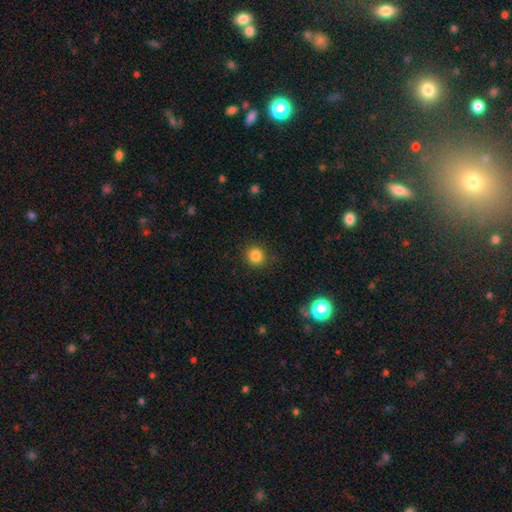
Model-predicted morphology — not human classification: This appears to be a smooth galaxy with no disk features (84%) that is round (91%). Merging: none (89%).